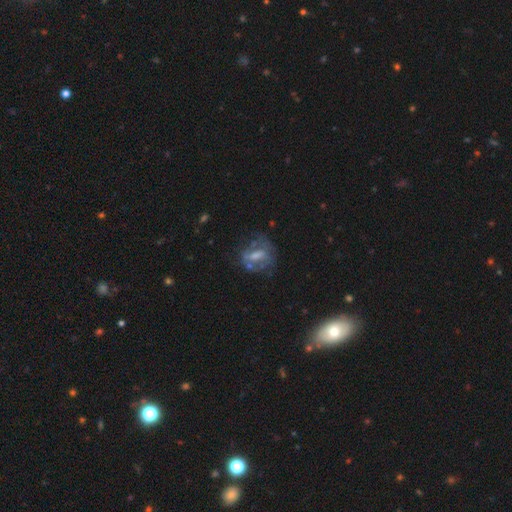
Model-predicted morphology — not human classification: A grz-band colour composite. It shows a featured or disk galaxy (54%). Merging: none (57%).